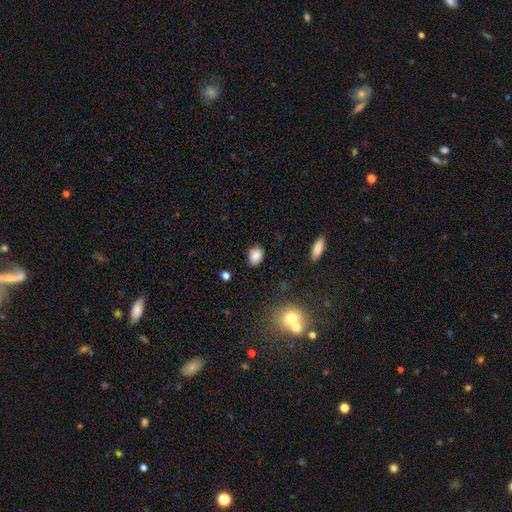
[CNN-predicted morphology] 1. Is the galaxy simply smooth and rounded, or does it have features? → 85% smooth, 9% star or artifact, 6% featured or disk.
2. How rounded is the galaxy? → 67% in between, 31% round, 1% cigar-shaped.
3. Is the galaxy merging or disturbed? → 74% none, 19% minor disturbance, 4% major disturbance, 3% merger.